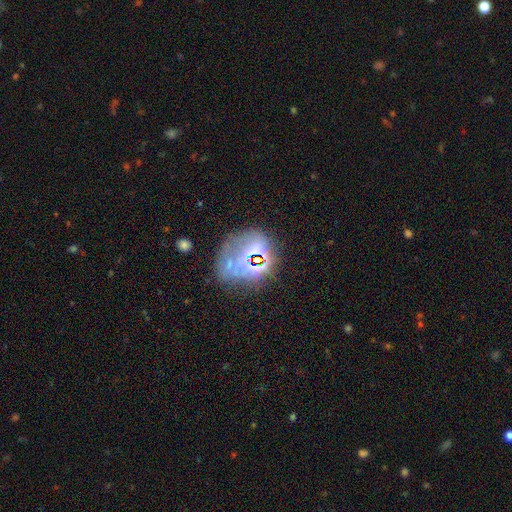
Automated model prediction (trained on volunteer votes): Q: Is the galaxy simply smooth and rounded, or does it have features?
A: star or artifact — 45%.